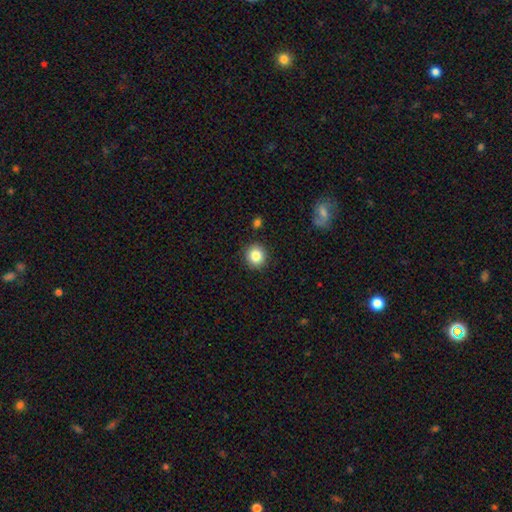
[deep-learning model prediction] This is clearly a smooth galaxy (84%). How rounded: clearly round (90%). Merging: clearly none (89%).